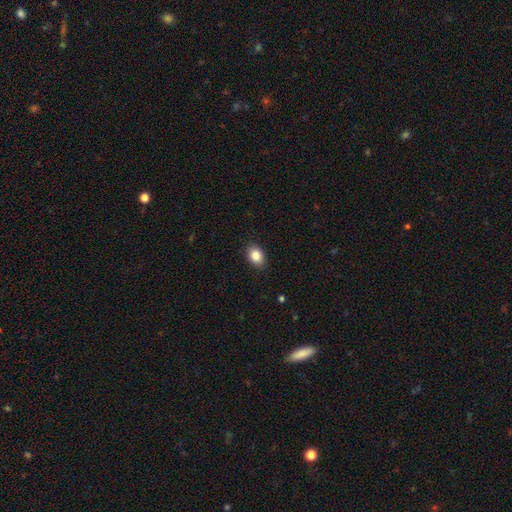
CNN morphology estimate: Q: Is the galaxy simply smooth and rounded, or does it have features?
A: smooth — 86%.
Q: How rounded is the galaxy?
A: in between — 72%.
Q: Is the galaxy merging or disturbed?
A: none — 89%.